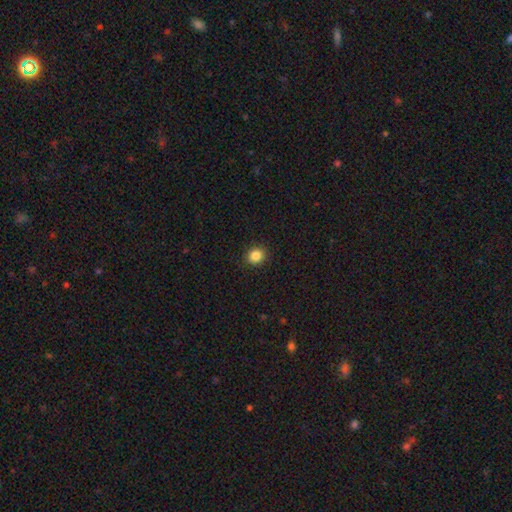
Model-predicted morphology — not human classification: type=smooth (86%); roundness=round (83%); merging=none (92%).